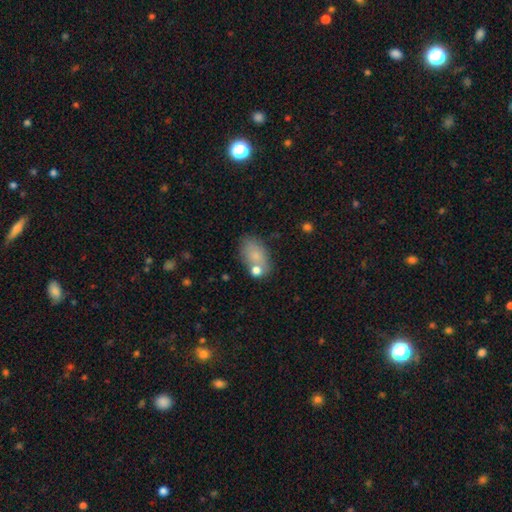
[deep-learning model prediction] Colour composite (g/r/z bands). It shows a smooth galaxy with no disk features (76%) that is in between round and cigar-shaped (87%). Merging: none (57%).